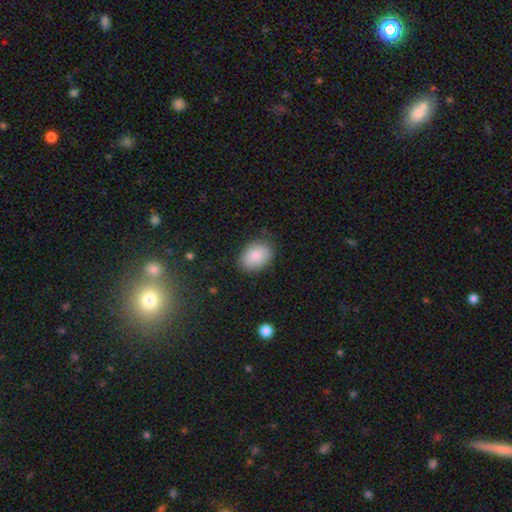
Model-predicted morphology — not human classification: smooth-or-featured: smooth: 85% | featured or disk: 8% | star or artifact: 7%
  how-rounded: in between: 79% | round: 20% | cigar-shaped: 1%
  merging: none: 79% | minor disturbance: 16% | major disturbance: 4% | merger: 1%